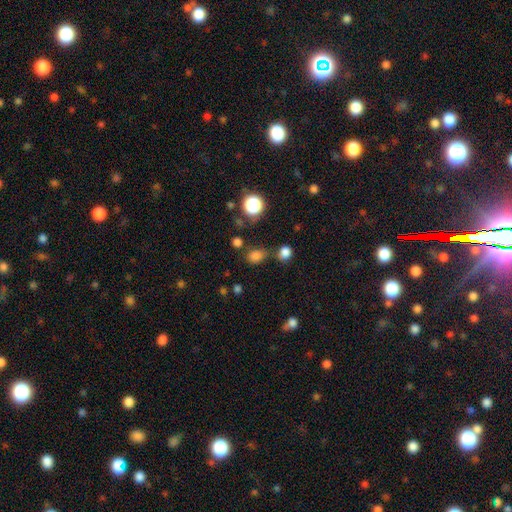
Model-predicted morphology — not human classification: This appears to be a smooth galaxy with no disk features (76%) that is in between round and cigar-shaped (52%). Merging: none (66%).